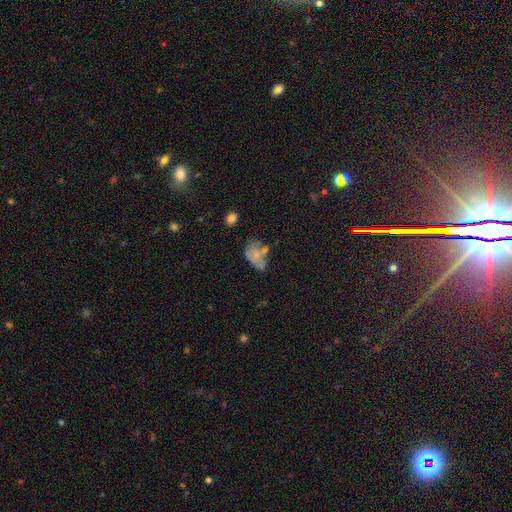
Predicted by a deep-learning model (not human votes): The model was most divided on "merging": none: 31%, minor disturbance: 27%, merger: 23%, major disturbance: 19%. More confident: how rounded — in between (84%); smooth or featured — smooth (52%).